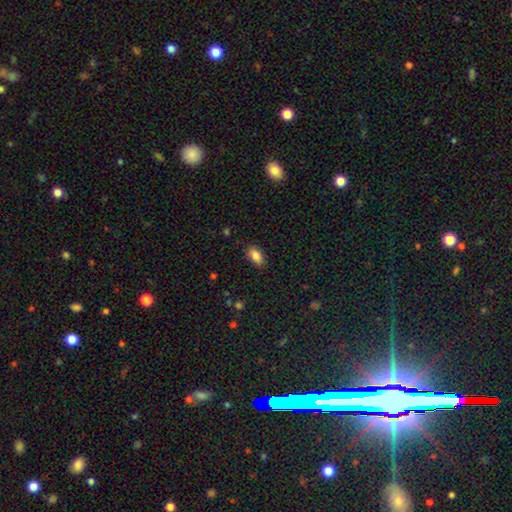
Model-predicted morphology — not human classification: A smooth galaxy with no disk features (85%) that is in between round and cigar-shaped (91%).

Vote fractions:
- Smooth or featured? smooth: 85% / star or artifact: 8% / featured or disk: 7%
- How rounded? in between: 91% / round: 6% / cigar-shaped: 3%
- Merging? none: 85% / minor disturbance: 11% / major disturbance: 2% / merger: 1%